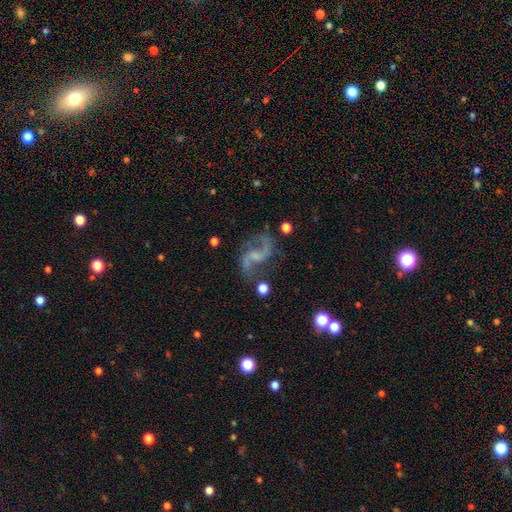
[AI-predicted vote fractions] The model was most divided on "bulge size": none: 42%, small: 40%, moderate: 15%, large: 2%, dominant: 1%. Remaining: edge-on disk — no (98%); spiral arms — yes (96%); spiral arm count — 2 (93%); smooth or featured — featured or disk (89%); merging — none (71%); spiral winding — loose (67%); bar — weak (46%).